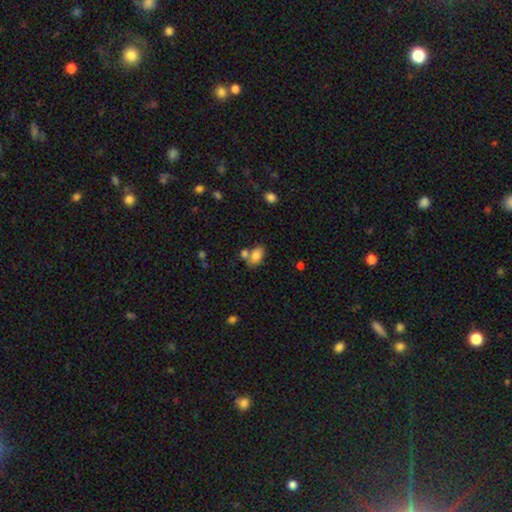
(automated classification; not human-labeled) Smooth or featured? Predicted: smooth (p=0.81). How rounded? Predicted: in between (p=0.88). Merging? Predicted: none (p=0.51).